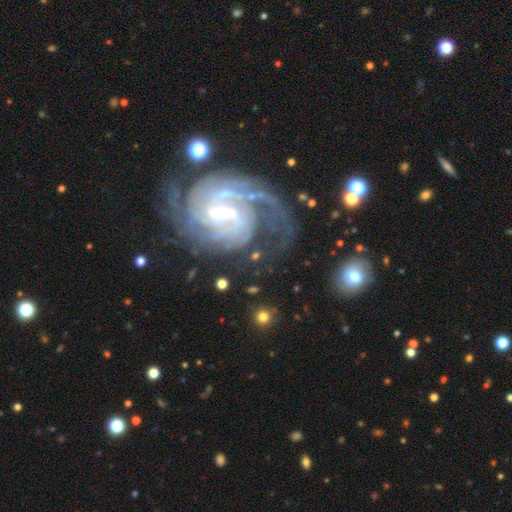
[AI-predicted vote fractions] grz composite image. It shows a featured or disk galaxy (90%) with a weak bar (46%), 2 (27%) tight (54%) spiral arms (98%) and a small central bulge (68%). Merging: none (59%).